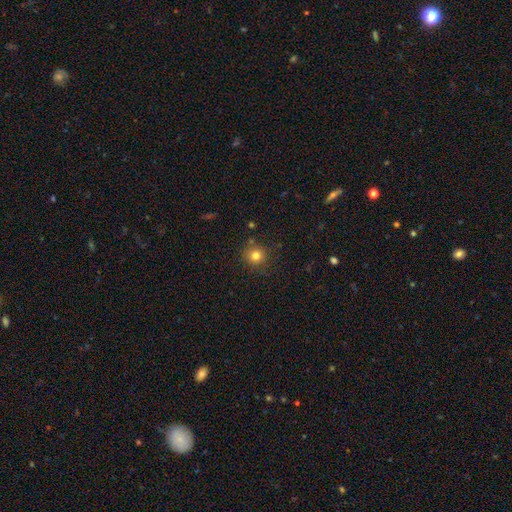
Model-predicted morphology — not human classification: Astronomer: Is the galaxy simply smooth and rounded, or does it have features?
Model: smooth — 80%.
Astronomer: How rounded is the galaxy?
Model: round — 93%.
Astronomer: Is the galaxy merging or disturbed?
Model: none — 85%.